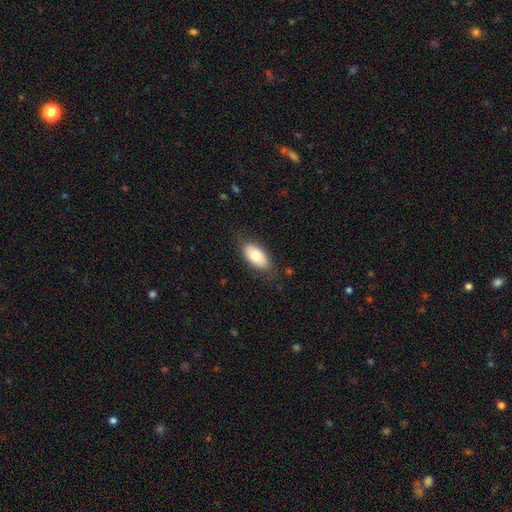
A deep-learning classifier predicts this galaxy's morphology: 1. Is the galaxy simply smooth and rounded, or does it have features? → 76% smooth, 17% featured or disk, 6% star or artifact.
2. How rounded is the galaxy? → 92% in between, 5% cigar-shaped, 3% round.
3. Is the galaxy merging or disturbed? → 80% none, 15% minor disturbance, 4% major disturbance, 1% merger.